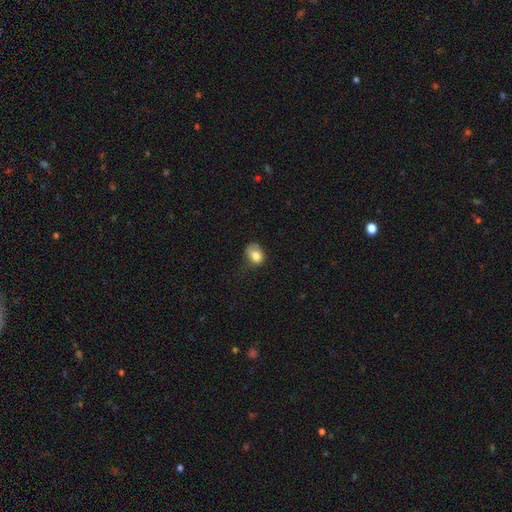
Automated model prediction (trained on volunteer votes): A smooth galaxy with no disk features (78%) that is in between round and cigar-shaped (64%). Merging: minor disturbance (37%, tied with none).